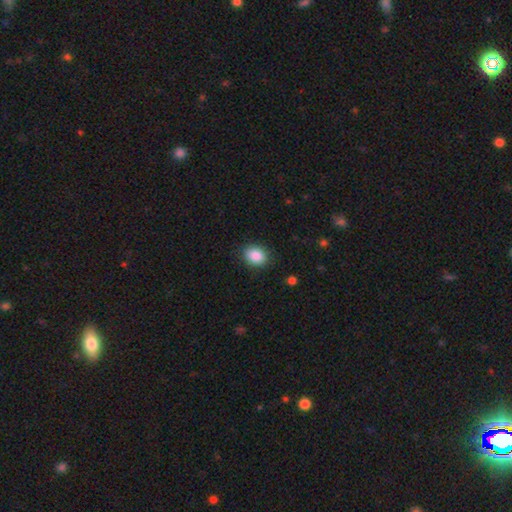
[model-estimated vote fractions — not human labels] Morphology: type=smooth (88%); roundness=in between (58%); merging=none (87%).